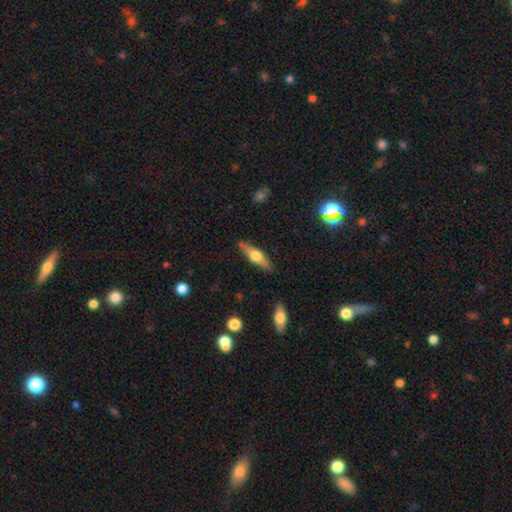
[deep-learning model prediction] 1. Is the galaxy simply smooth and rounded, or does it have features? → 53% featured or disk, 41% smooth, 6% star or artifact.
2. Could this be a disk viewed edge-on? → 92% yes, 8% no.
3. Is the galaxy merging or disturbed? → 85% none, 11% minor disturbance, 2% major disturbance, 2% merger.